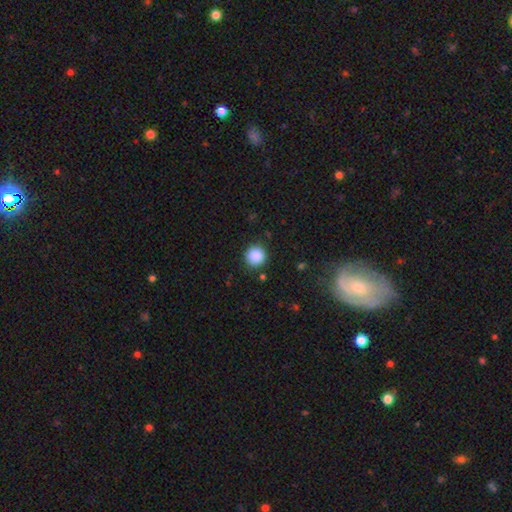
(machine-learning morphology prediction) A smooth galaxy with no disk features (88%) that is round (95%).

Vote fractions:
- Smooth or featured? smooth: 88% / star or artifact: 9% / featured or disk: 3%
- How rounded? round: 95% / in between: 5% / cigar-shaped: 1%
- Merging? none: 89% / minor disturbance: 7% / major disturbance: 2% / merger: 1%